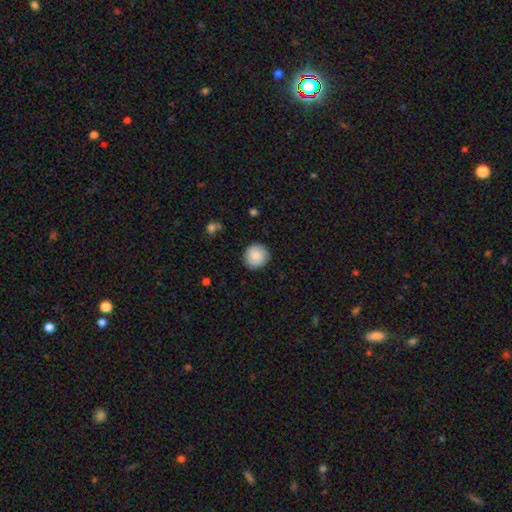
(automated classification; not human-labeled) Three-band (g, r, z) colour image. It shows a smooth galaxy with no disk features (87%) that is round (93%). Merging: none (89%).